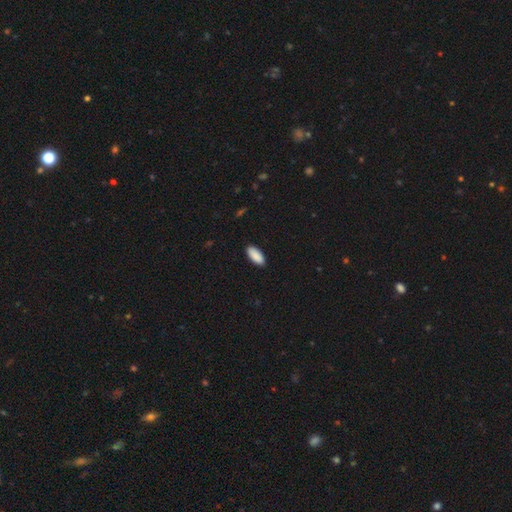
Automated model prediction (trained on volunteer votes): A smooth galaxy with no disk features (91%) that is in between round and cigar-shaped (88%). Merging: none (90%).